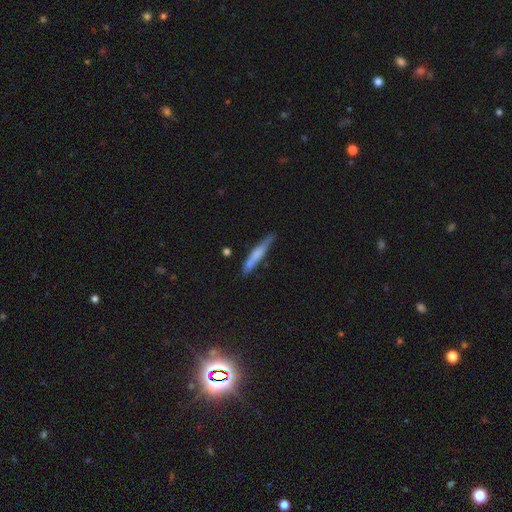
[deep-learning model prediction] smooth_or_featured: smooth (p=0.56) [alt: featured or disk p=0.37]
how_rounded: cigar-shaped (p=0.93) [alt: in between p=0.06]
merging: none (p=0.75) [alt: minor disturbance p=0.17]